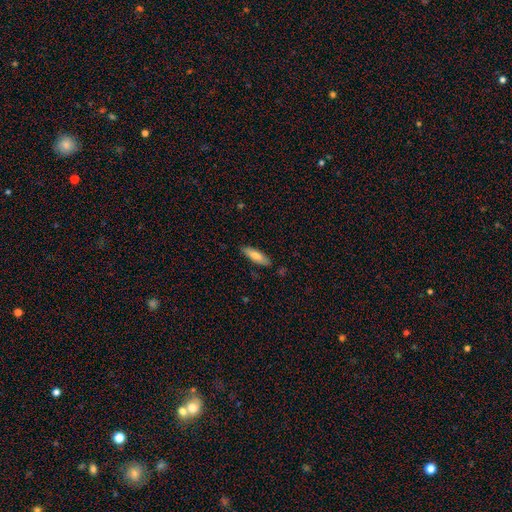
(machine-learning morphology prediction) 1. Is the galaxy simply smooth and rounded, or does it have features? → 74% smooth, 20% featured or disk, 6% star or artifact.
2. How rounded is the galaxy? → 60% cigar-shaped, 38% in between, 2% round.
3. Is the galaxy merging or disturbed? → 85% none, 11% minor disturbance, 2% major disturbance, 2% merger.